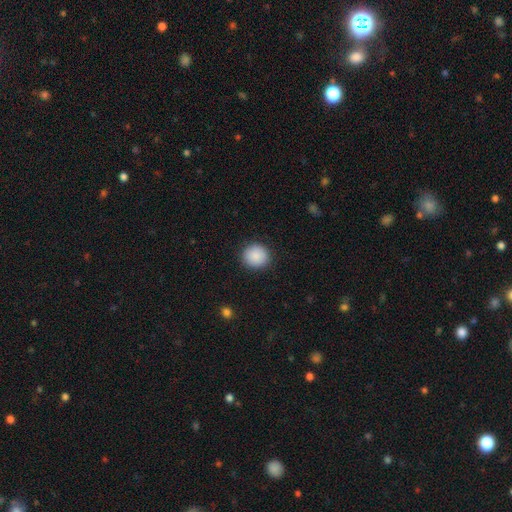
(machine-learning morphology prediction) This appears to be a smooth galaxy with no disk features (89%) that is round (91%). Merging: none (91%).